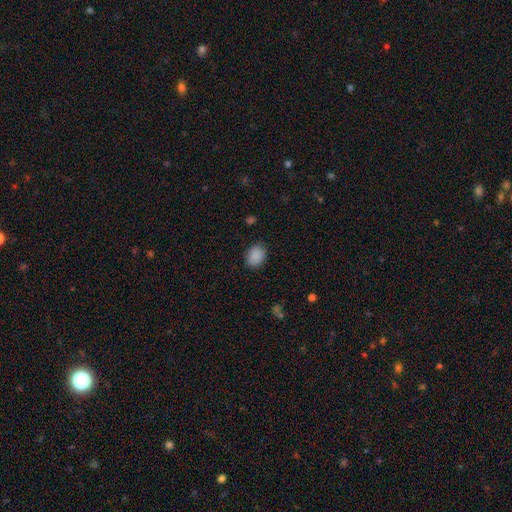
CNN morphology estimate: Smooth or featured? smooth (89%)
How rounded? in between (61%)
Merging? none (86%)